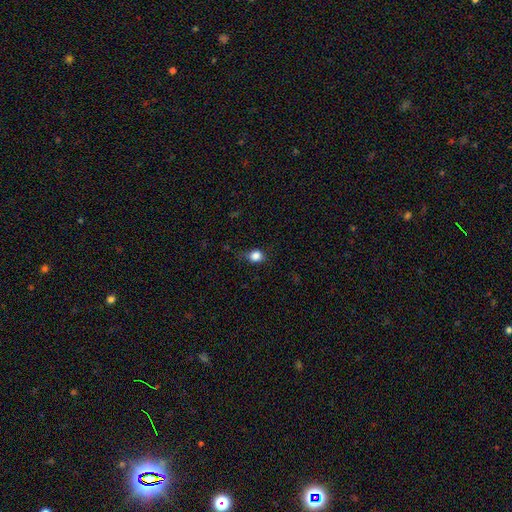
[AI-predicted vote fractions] Morphology: type=smooth (83%); roundness=round (69%); merging=none (63%).